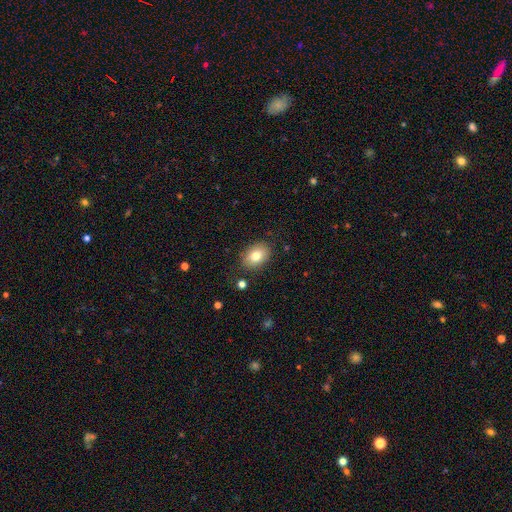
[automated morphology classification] Q: Smooth or featured?
A: smooth (80%); runner-up: featured or disk (11%)
Q: How rounded?
A: in between (77%); runner-up: round (22%)
Q: Merging?
A: none (85%); runner-up: minor disturbance (11%)